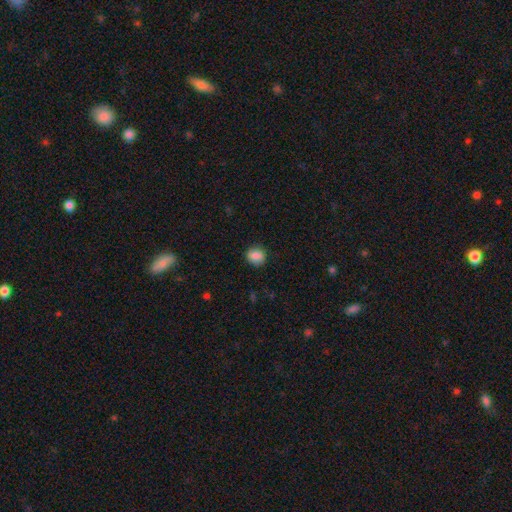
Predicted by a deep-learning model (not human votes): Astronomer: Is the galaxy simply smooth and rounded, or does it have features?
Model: smooth — 85%.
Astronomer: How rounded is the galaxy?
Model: round — 80%.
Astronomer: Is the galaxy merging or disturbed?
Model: none — 85%.